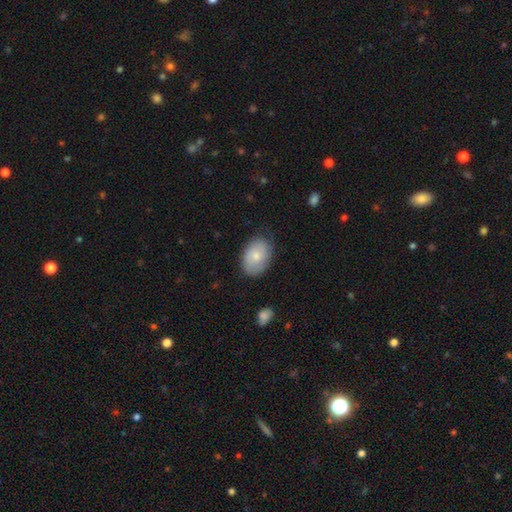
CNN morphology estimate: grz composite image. It shows a smooth galaxy with no disk features (72%) that is in between round and cigar-shaped (81%). Merging: none (74%).